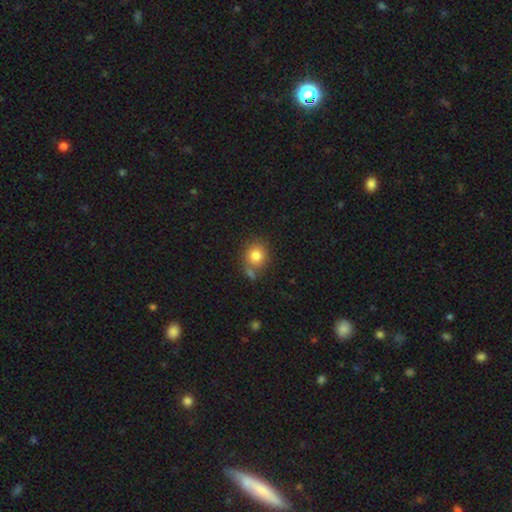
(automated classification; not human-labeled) This appears to be a smooth galaxy with no disk features (82%) that is round (80%). Merging: none (66%).